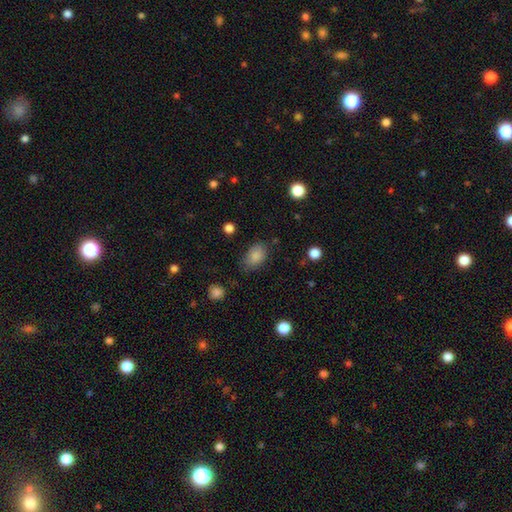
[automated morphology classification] smooth_or_featured: smooth (p=0.85) [alt: star or artifact p=0.09]
how_rounded: in between (p=0.83) [alt: round p=0.16]
merging: none (p=0.70) [alt: minor disturbance p=0.22]